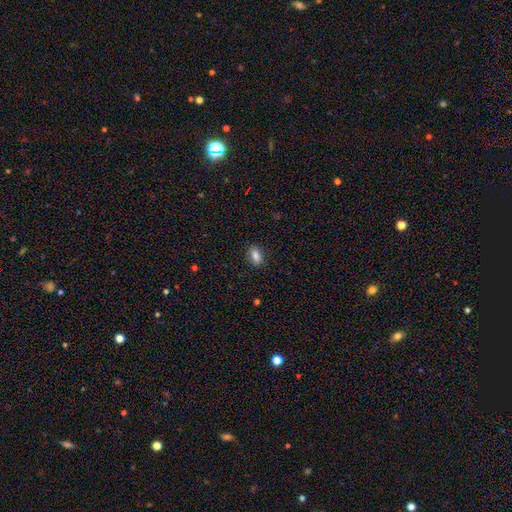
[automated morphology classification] The model was most divided on "smooth or featured": smooth: 83%, star or artifact: 9%, featured or disk: 8%. More confident: merging — none (86%); how rounded — in between (84%).